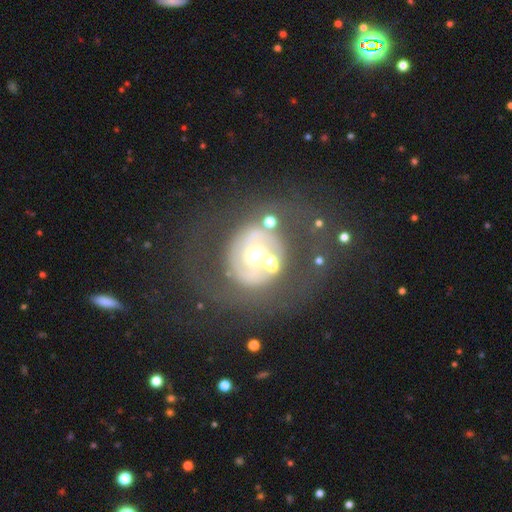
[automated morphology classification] featured or disk 63%, smooth 25%, star or artifact 11%. Down the decision tree: edge-on disk — no (96%); bar — no (72%); spiral arms — no (60%); bulge size — moderate (55%); merging — none (53%).